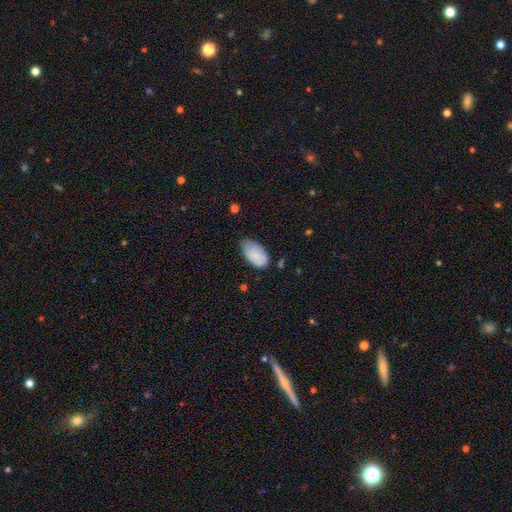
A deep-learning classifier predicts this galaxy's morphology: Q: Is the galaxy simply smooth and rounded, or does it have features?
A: smooth — 84%.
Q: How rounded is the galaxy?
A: in between — 95%.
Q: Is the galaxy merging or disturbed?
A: none — 53%.